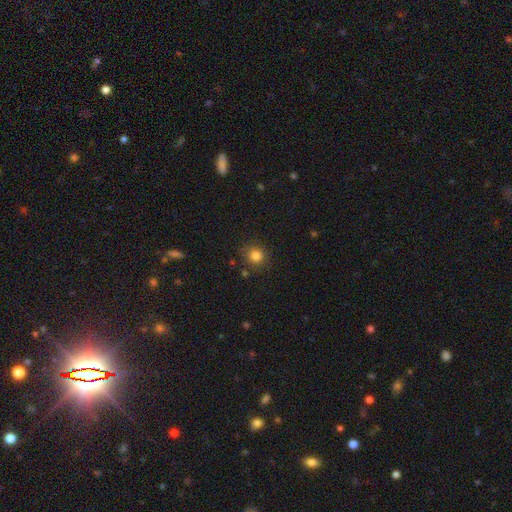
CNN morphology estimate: smooth_or_featured: smooth (p=0.83) [alt: star or artifact p=0.13]
how_rounded: round (p=0.86) [alt: in between p=0.13]
merging: none (p=0.84) [alt: minor disturbance p=0.10]